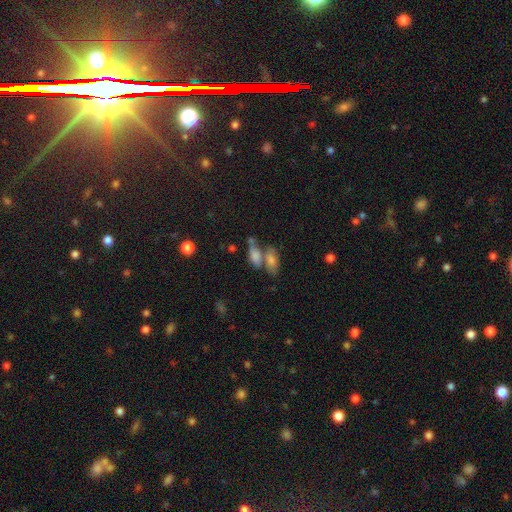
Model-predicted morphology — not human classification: smooth_or_featured: smooth (p=0.72) [alt: featured or disk p=0.16]
how_rounded: in between (p=0.81) [alt: cigar-shaped p=0.11]
merging: merger (p=0.51) [alt: none p=0.30]